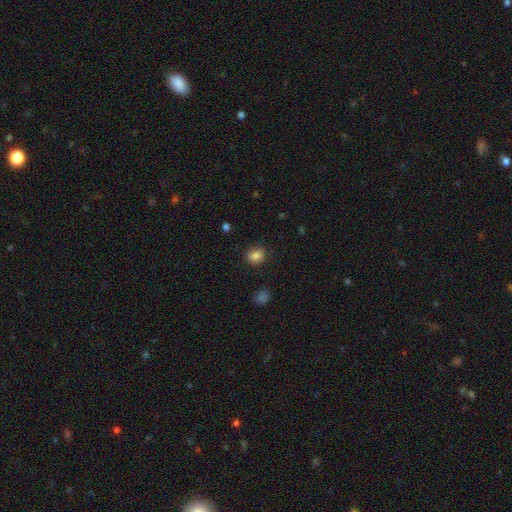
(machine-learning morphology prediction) This is clearly a smooth galaxy (85%). How rounded: likely round (61%). Merging: clearly none (86%).